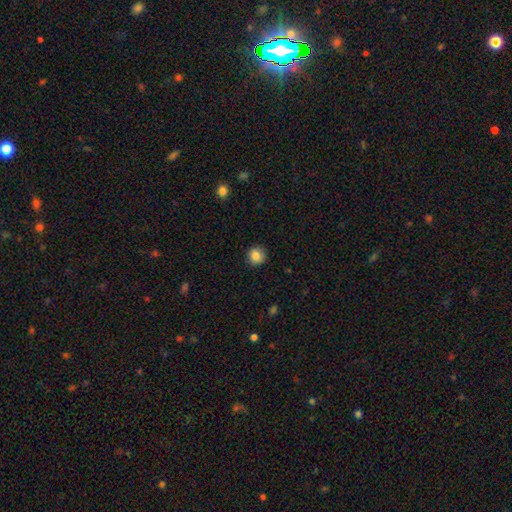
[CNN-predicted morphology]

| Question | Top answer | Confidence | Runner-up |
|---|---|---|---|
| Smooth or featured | smooth | 85% | star or artifact (10%) |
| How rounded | round | 91% | in between (8%) |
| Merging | none | 90% | minor disturbance (7%) |